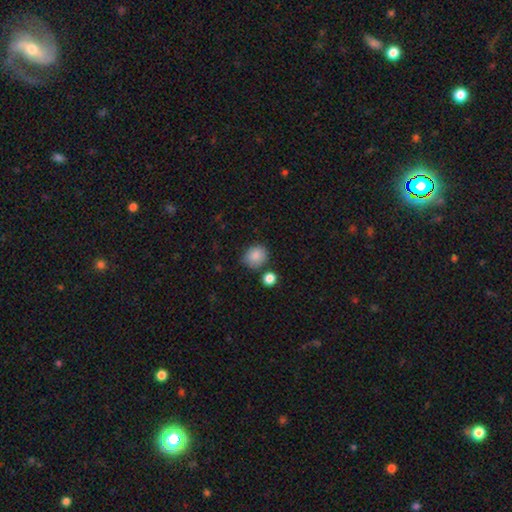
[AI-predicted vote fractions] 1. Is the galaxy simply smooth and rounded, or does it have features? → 86% smooth, 8% star or artifact, 5% featured or disk.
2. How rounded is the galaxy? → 71% round, 28% in between, 1% cigar-shaped.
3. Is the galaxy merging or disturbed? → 73% none, 16% minor disturbance, 8% merger, 4% major disturbance.